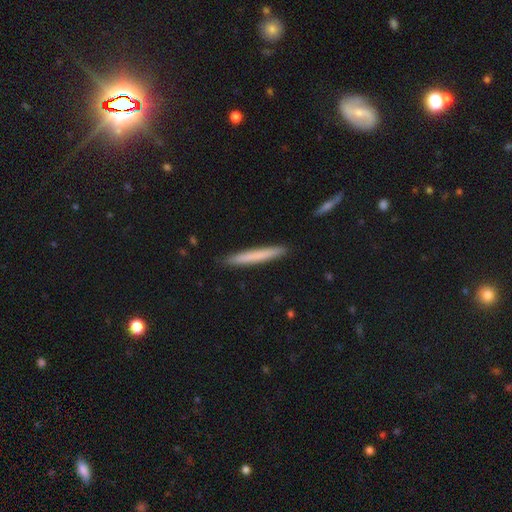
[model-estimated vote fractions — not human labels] The model was most divided on "smooth or featured": smooth: 72%, featured or disk: 22%, star or artifact: 5%. More confident: how rounded — cigar-shaped (97%); merging — none (91%).